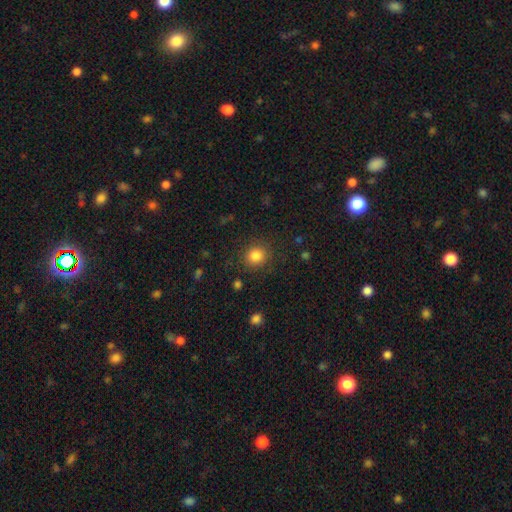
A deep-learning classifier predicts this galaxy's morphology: Smooth or featured: smooth — 84% (star or artifact — 11%)
How rounded: round — 85% (in between — 14%)
Merging: none — 86% (minor disturbance — 9%)